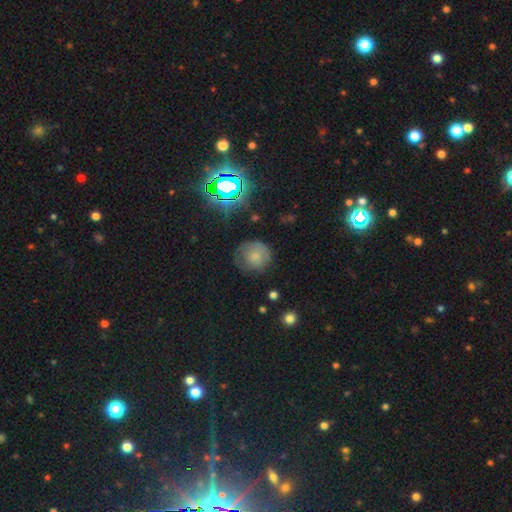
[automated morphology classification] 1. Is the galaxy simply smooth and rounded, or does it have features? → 70% smooth, 15% featured or disk, 15% star or artifact.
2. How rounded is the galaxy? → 85% round, 14% in between, 1% cigar-shaped.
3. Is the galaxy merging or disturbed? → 61% none, 25% minor disturbance, 12% major disturbance, 2% merger.